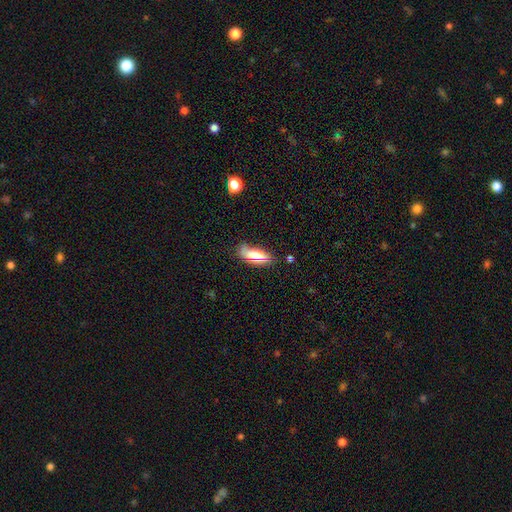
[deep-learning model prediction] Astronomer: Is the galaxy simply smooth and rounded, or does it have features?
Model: smooth — 66%.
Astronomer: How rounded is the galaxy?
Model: in between — 73%.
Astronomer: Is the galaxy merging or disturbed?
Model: none — 62%.